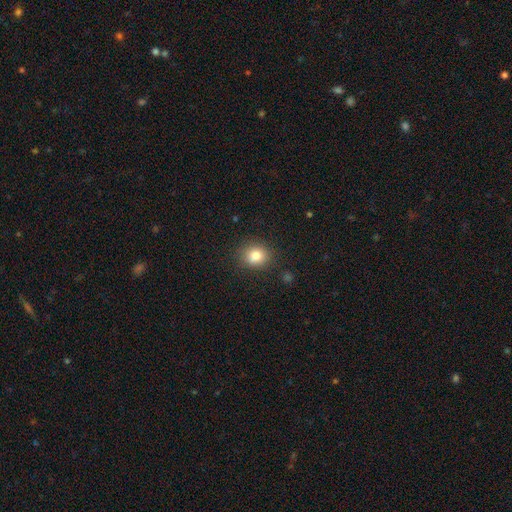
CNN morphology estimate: Smooth or featured: smooth — 82% (star or artifact — 11%)
How rounded: round — 77% (in between — 22%)
Merging: none — 86% (minor disturbance — 10%)